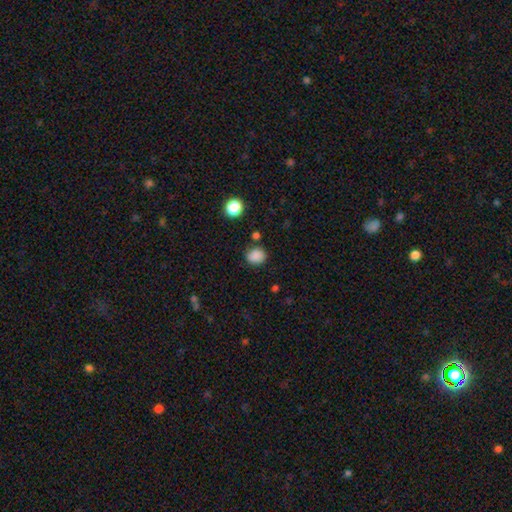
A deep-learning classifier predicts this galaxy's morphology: Overall: smooth (85%). How rounded: round (66%; in between 33%). Merging: none (77%).